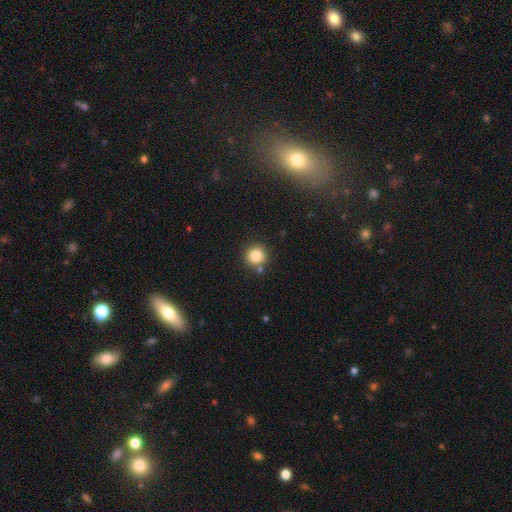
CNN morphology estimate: A smooth galaxy with no disk features (83%) that is round (94%).

Vote fractions:
- Smooth or featured? smooth: 83% / star or artifact: 11% / featured or disk: 6%
- How rounded? round: 94% / in between: 5% / cigar-shaped: 1%
- Merging? none: 82% / minor disturbance: 8% / merger: 7% / major disturbance: 3%